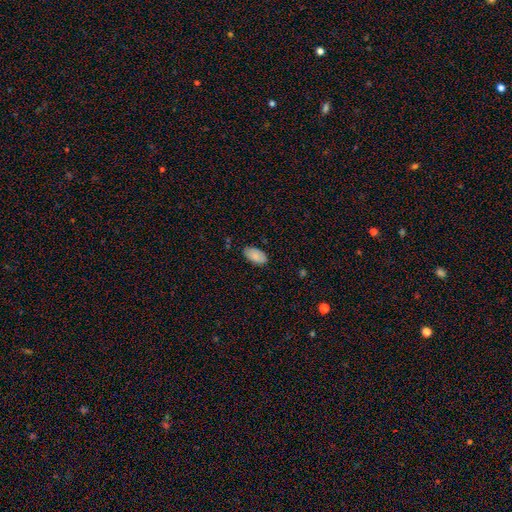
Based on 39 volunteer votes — Q: Smooth or featured?
A: smooth (74%); runner-up: featured or disk (21%)
Q: How rounded?
A: in between (93%); runner-up: round (3%)
Q: Merging?
A: none (95%); runner-up: minor disturbance (3%)